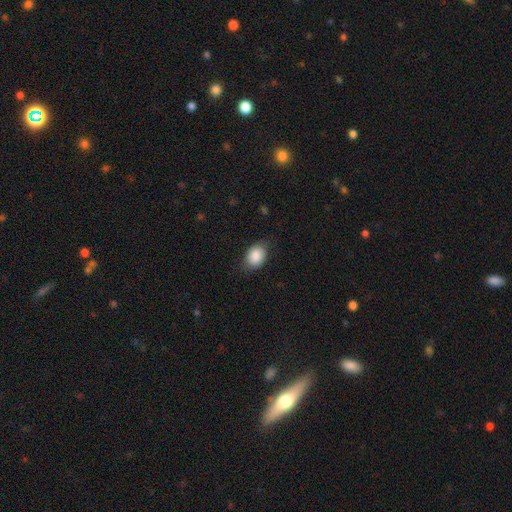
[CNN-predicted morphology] This appears to be a smooth galaxy with no disk features (86%) that is in between round and cigar-shaped (74%). Merging: none (76%).